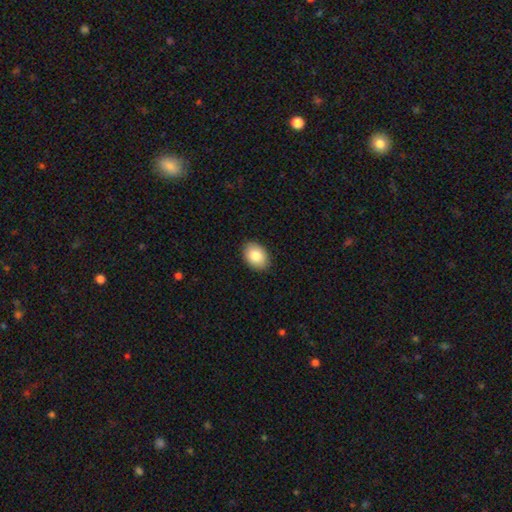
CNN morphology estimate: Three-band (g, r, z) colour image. It shows a smooth galaxy with no disk features (85%) that is in between round and cigar-shaped (76%). Merging: none (89%).